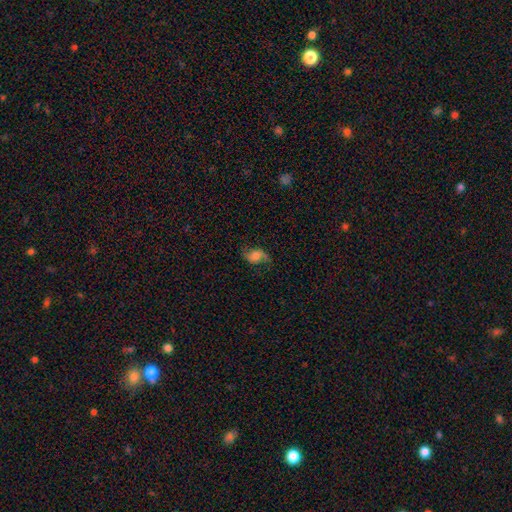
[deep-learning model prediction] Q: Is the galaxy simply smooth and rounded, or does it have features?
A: featured or disk — 58%.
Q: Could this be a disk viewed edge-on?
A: no — 95%.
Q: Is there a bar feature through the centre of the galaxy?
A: no — 61%.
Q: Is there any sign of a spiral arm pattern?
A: yes — 91%.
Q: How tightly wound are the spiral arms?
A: loose — 69%.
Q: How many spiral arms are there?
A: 2 — 87%.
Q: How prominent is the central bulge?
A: moderate — 38%.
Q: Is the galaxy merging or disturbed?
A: none — 68%.